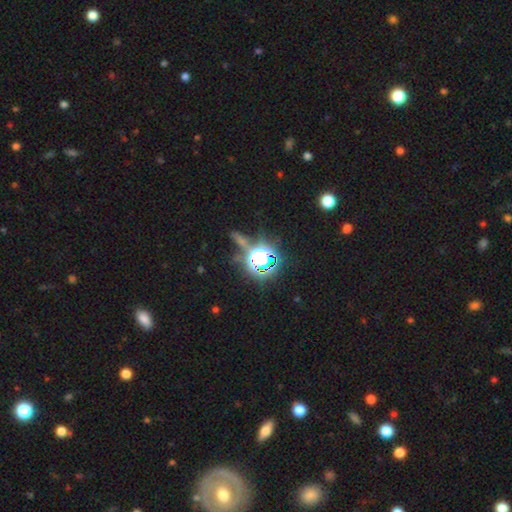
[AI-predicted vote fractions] This is clearly a star or artifact rather than a galaxy (81%).